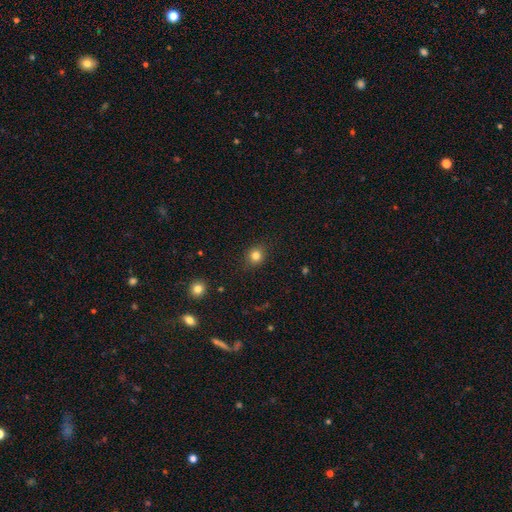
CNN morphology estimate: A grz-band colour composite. It shows a smooth galaxy with no disk features (81%) that is round (80%). Merging: none (87%).